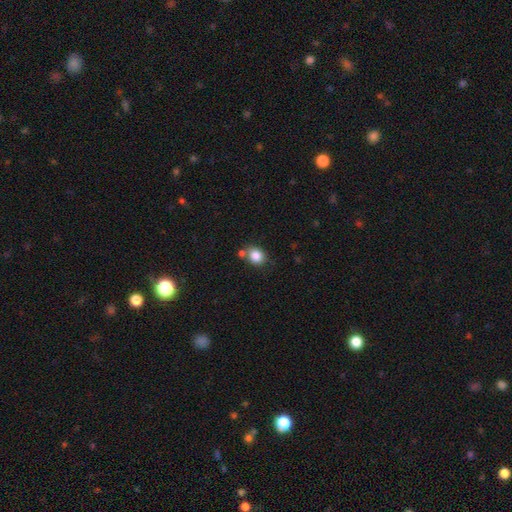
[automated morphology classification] Smooth or featured: smooth — 84% (star or artifact — 10%)
How rounded: round — 59% (in between — 40%)
Merging: none — 65% (merger — 18%)